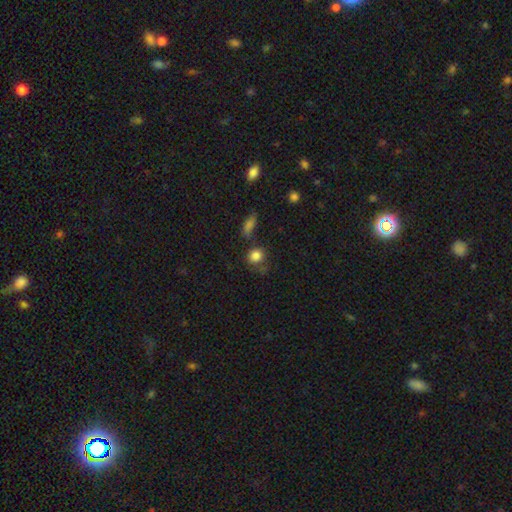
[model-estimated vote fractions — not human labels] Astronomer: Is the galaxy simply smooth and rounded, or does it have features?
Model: smooth — 82%.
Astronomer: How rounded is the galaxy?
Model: round — 79%.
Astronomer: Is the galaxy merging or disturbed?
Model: none — 64%.